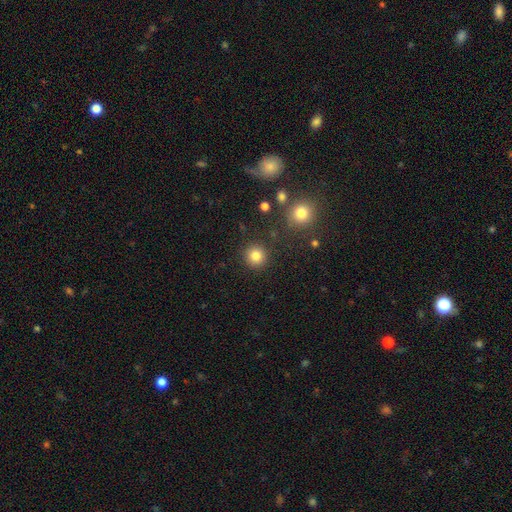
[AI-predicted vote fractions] Smooth or featured? smooth (83%)
How rounded? round (93%)
Merging? none (89%)